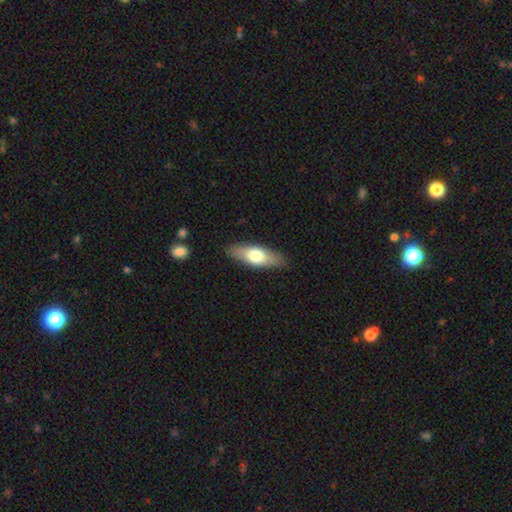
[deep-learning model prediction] Q: Smooth or featured?
A: smooth (65%); runner-up: featured or disk (30%)
Q: How rounded?
A: in between (63%); runner-up: cigar-shaped (34%)
Q: Merging?
A: none (87%); runner-up: minor disturbance (10%)